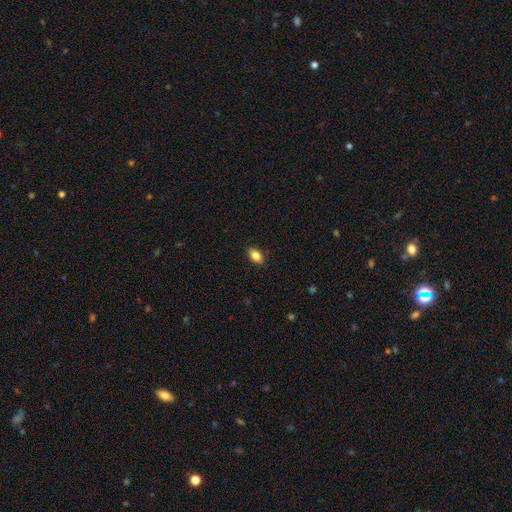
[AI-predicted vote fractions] smooth-or-featured: smooth: 83% | featured or disk: 9% | star or artifact: 8%
  how-rounded: in between: 88% | round: 8% | cigar-shaped: 4%
  merging: none: 88% | minor disturbance: 10% | major disturbance: 2% | merger: 1%